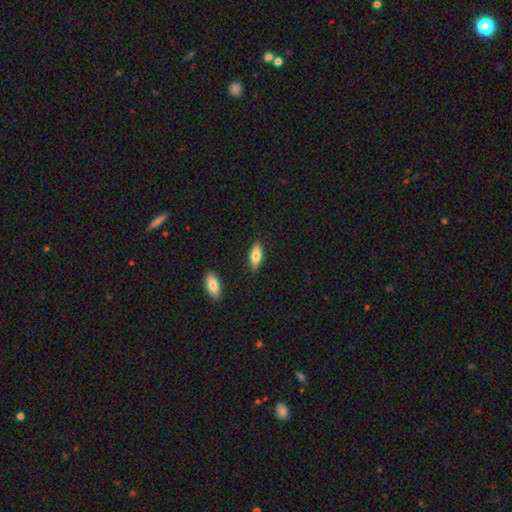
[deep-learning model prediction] Q: Smooth or featured?
A: smooth (75%); runner-up: featured or disk (19%)
Q: How rounded?
A: in between (75%); runner-up: cigar-shaped (22%)
Q: Merging?
A: none (86%); runner-up: minor disturbance (9%)